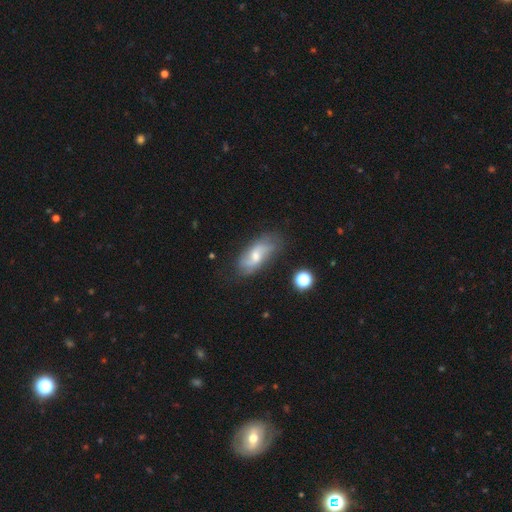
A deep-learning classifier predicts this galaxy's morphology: Smooth or featured?
  - featured or disk: 60% *
  - smooth: 32%
  - star or artifact: 8%
Edge-on disk?
  - no: 91% *
  - yes: 9%
Bar?
  - no: 48% *
  - weak: 44%
  - strong: 8%
Spiral arms?
  - yes: 84% *
  - no: 16%
Bulge size?
  - moderate: 53% *
  - small: 35%
  - large: 5%
  - none: 5%
  - dominant: 1%
Merging?
  - none: 65% *
  - minor disturbance: 23%
  - major disturbance: 9%
  - merger: 3%